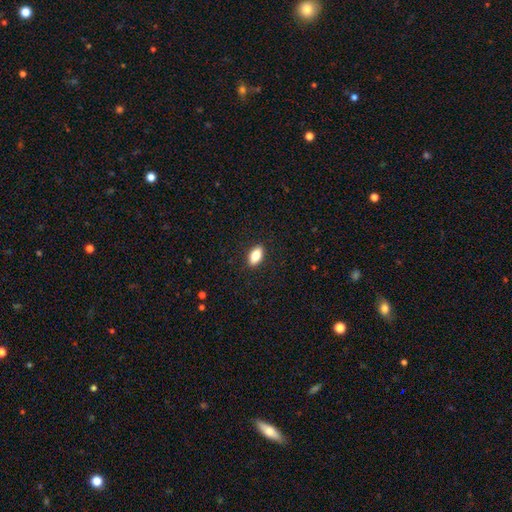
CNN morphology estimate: A smooth galaxy with no disk features (83%) that is in between round and cigar-shaped (88%).

Vote fractions:
- Smooth or featured? smooth: 83% / featured or disk: 10% / star or artifact: 7%
- How rounded? in between: 88% / cigar-shaped: 7% / round: 4%
- Merging? none: 89% / minor disturbance: 8% / major disturbance: 2% / merger: 1%